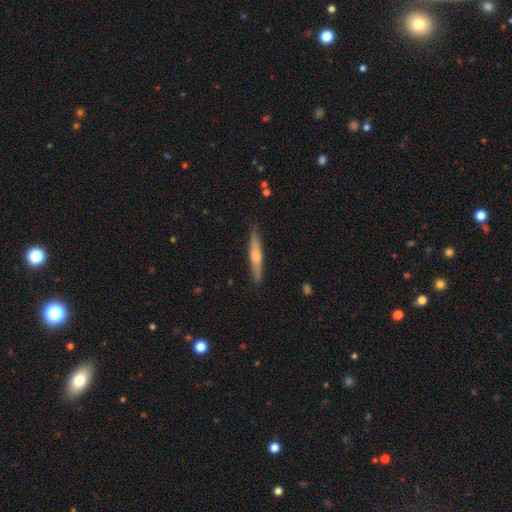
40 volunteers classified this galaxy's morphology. Q: Smooth or featured?
A: smooth (50%); runner-up: featured or disk (42%)
Q: How rounded?
A: cigar-shaped (85%); runner-up: round (15%)
Q: Merging?
A: none (95%); runner-up: minor disturbance (3%)